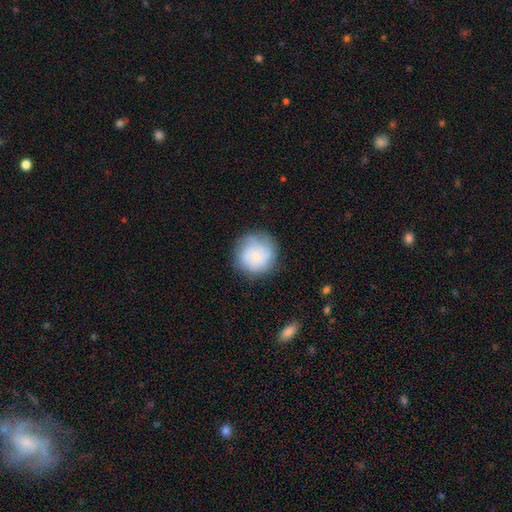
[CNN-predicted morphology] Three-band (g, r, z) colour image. It shows a smooth galaxy with no disk features (61%) that is round (92%). Merging: none (75%).